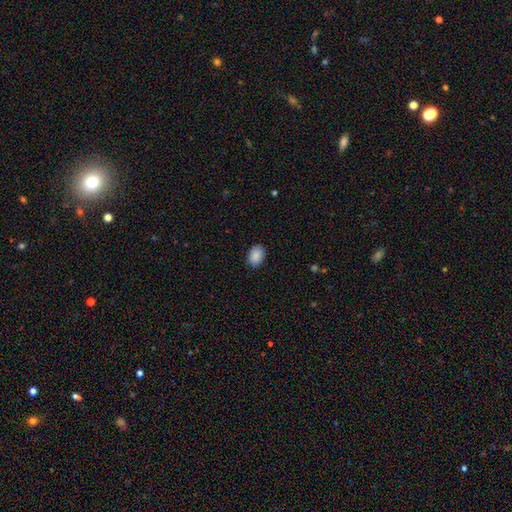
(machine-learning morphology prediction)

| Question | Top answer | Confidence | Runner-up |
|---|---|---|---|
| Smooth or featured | smooth | 89% | star or artifact (7%) |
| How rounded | in between | 76% | round (23%) |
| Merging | none | 88% | minor disturbance (9%) |